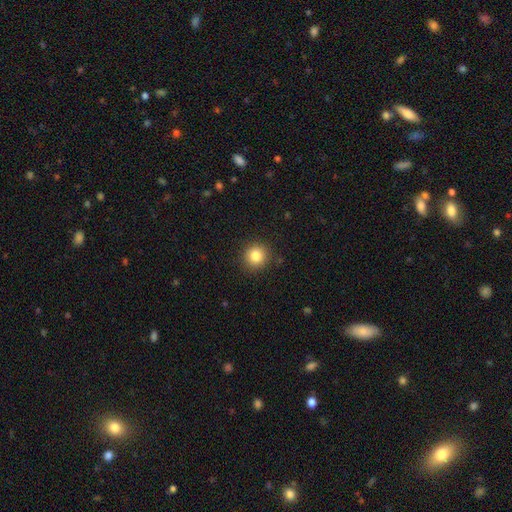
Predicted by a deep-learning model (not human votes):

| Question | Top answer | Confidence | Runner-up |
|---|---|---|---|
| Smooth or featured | smooth | 83% | star or artifact (11%) |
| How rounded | round | 93% | in between (6%) |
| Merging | none | 90% | minor disturbance (7%) |